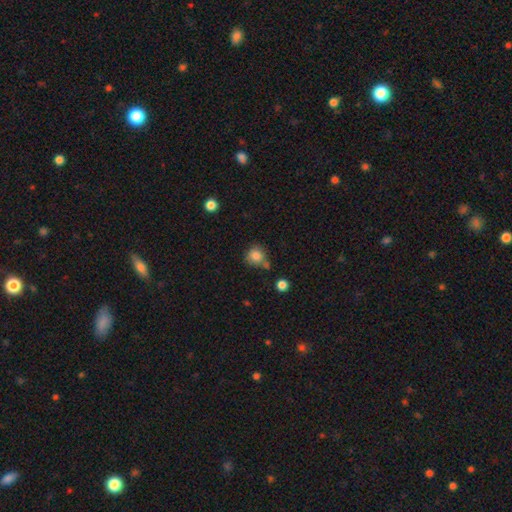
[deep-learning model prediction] smooth_or_featured: smooth (p=0.83) [alt: star or artifact p=0.11]
how_rounded: round (p=0.88) [alt: in between p=0.11]
merging: none (p=0.64) [alt: minor disturbance p=0.16]